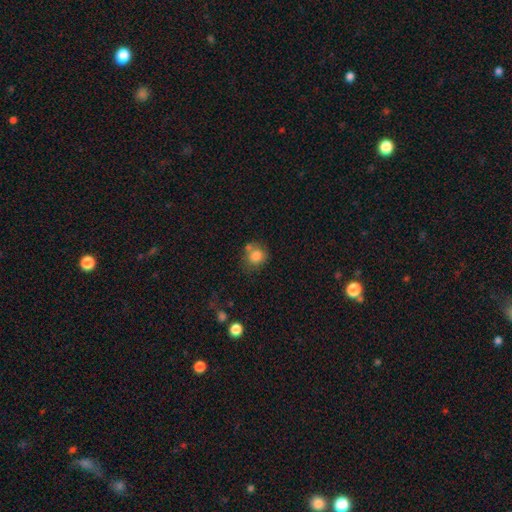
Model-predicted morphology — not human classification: Q: Smooth or featured?
A: smooth (82%); runner-up: star or artifact (10%)
Q: How rounded?
A: round (78%); runner-up: in between (21%)
Q: Merging?
A: none (56%); runner-up: merger (21%)